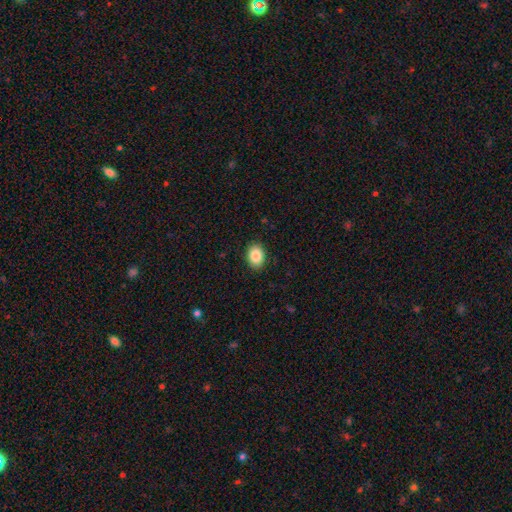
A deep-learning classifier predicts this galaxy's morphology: This is clearly a smooth galaxy (88%). How rounded: likely in between (77%). Merging: clearly none (89%).